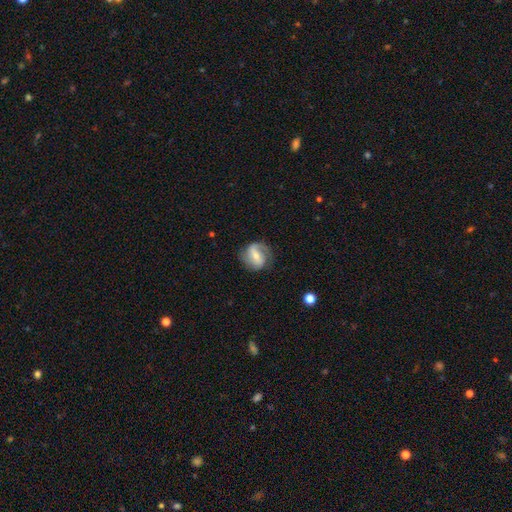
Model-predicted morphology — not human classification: featured or disk 73%, smooth 21%, star or artifact 6%. Down the decision tree: edge-on disk — no (97%); bar — strong (42%); spiral arms — yes (89%); spiral arm count — 2 (76%); spiral winding — medium (43%); bulge size — small (50%); merging — none (73%).